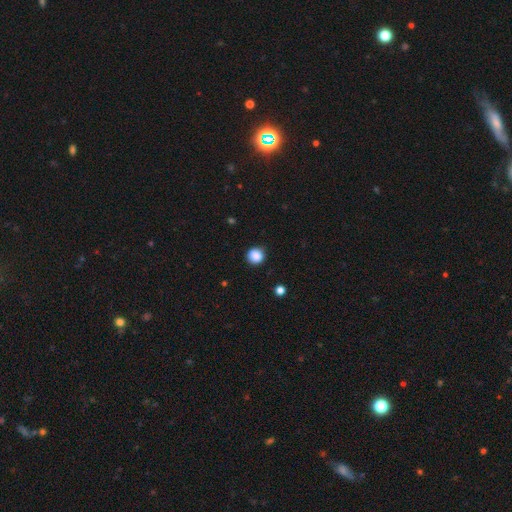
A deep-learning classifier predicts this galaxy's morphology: This is clearly a smooth galaxy (87%). How rounded: clearly round (91%). Merging: clearly none (89%).